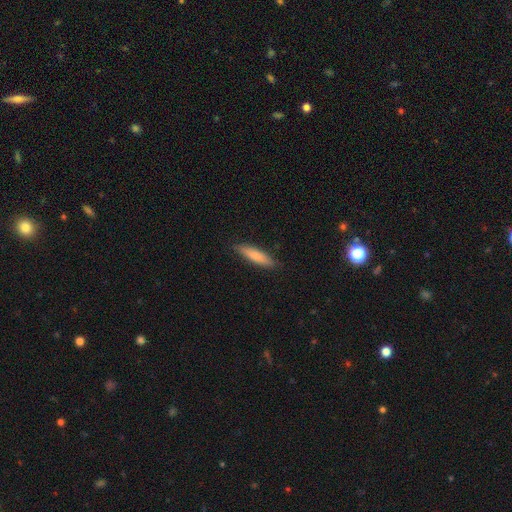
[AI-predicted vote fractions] smooth_or_featured: smooth (p=0.80) [alt: featured or disk p=0.14]
how_rounded: cigar-shaped (p=0.78) [alt: in between p=0.20]
merging: none (p=0.86) [alt: minor disturbance p=0.11]